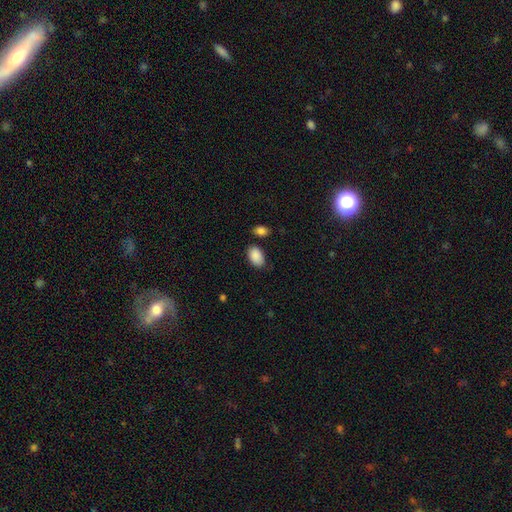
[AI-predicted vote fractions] Smooth or featured? smooth (90%)
How rounded? in between (91%)
Merging? none (76%)